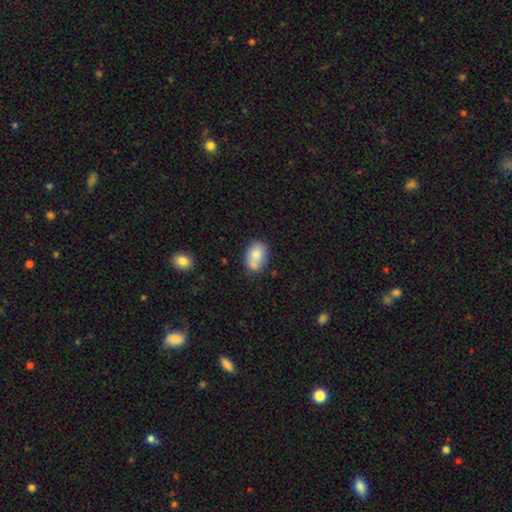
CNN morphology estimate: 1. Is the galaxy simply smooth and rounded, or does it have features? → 77% smooth, 15% featured or disk, 8% star or artifact.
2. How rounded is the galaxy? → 73% in between, 25% round, 1% cigar-shaped.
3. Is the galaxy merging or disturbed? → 45% none, 34% merger, 16% minor disturbance, 5% major disturbance.